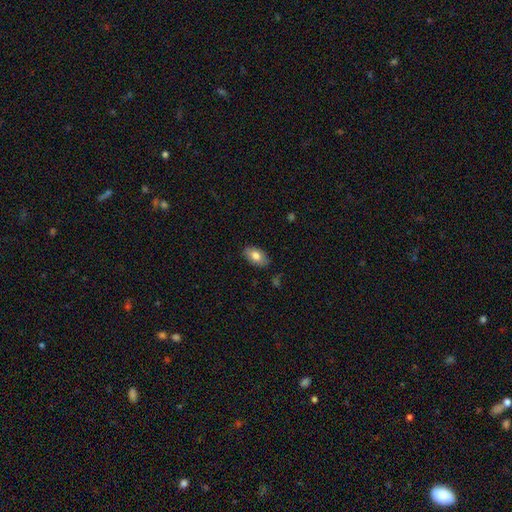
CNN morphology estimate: Smooth or featured? Predicted: smooth (p=0.78). How rounded? Predicted: in between (p=0.92). Merging? Predicted: none (p=0.84).